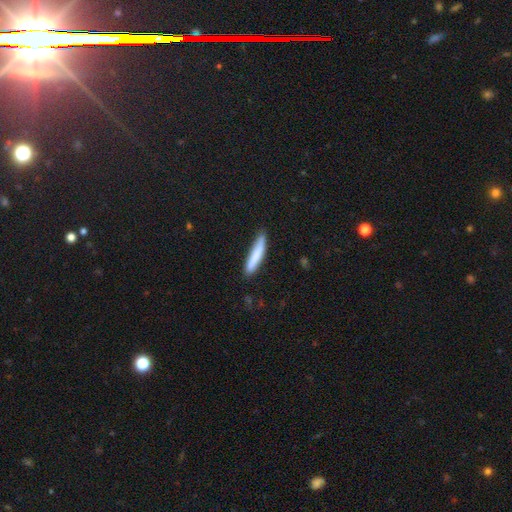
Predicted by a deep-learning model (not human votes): This is likely a smooth galaxy (80%). How rounded: clearly cigar-shaped (91%). Merging: clearly none (81%).